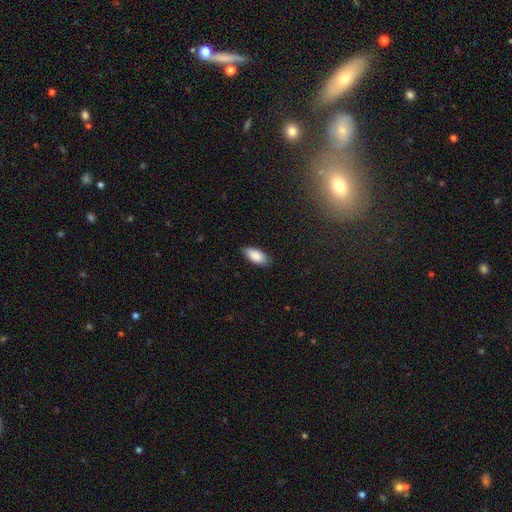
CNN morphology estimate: Q: Smooth or featured?
A: smooth (88%); runner-up: star or artifact (6%)
Q: How rounded?
A: in between (90%); runner-up: cigar-shaped (8%)
Q: Merging?
A: none (84%); runner-up: minor disturbance (13%)